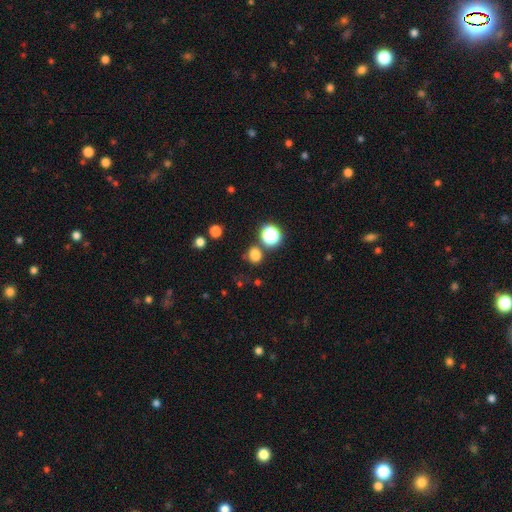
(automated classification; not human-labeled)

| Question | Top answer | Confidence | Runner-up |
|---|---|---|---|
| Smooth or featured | smooth | 76% | star or artifact (19%) |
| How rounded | round | 76% | in between (23%) |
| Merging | none | 77% | minor disturbance (11%) |